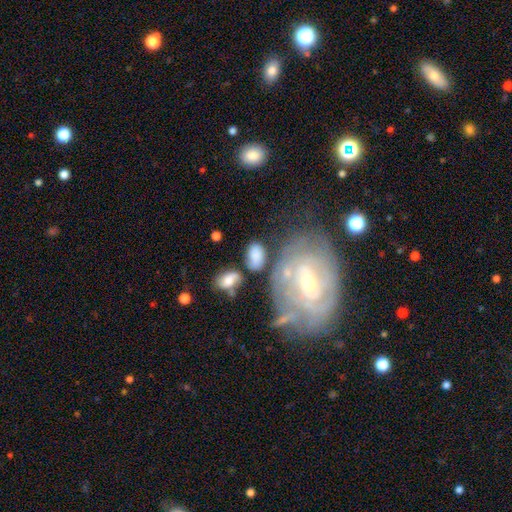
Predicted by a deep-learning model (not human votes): smooth 69%, featured or disk 23%, star or artifact 8%. Down the decision tree: how rounded — in between (87%); merging — none (51%).